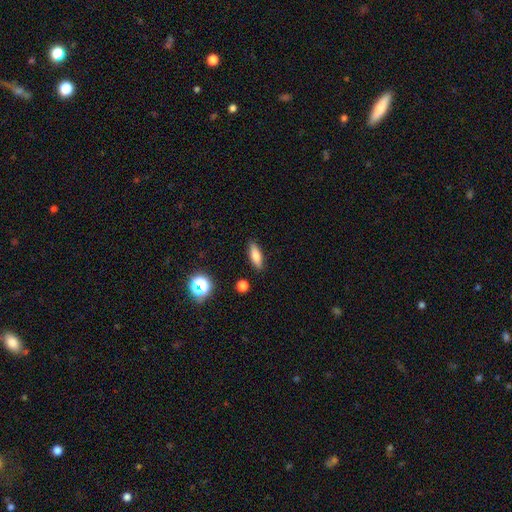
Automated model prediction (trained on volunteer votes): Overall: smooth (72%). How rounded: in between (56%; cigar-shaped 41%). Merging: none (88%).